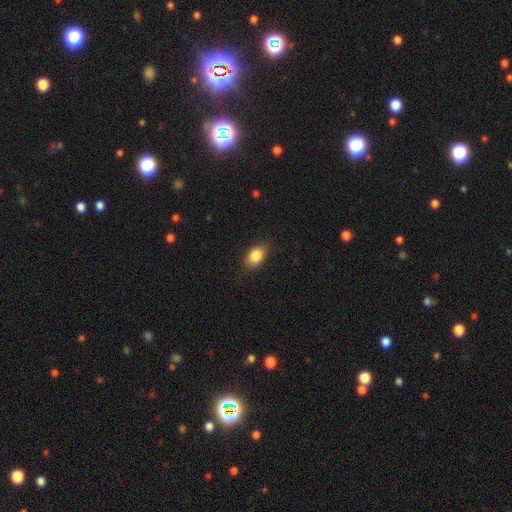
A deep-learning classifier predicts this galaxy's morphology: This is clearly a smooth galaxy (83%). How rounded: clearly in between (80%). Merging: clearly none (81%).